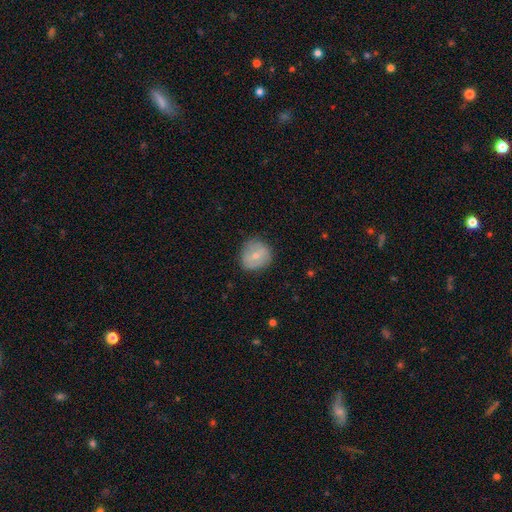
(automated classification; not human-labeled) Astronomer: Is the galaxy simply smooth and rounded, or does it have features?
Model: smooth — 63%.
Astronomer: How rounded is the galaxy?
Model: round — 85%.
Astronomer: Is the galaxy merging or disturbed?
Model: none — 77%.